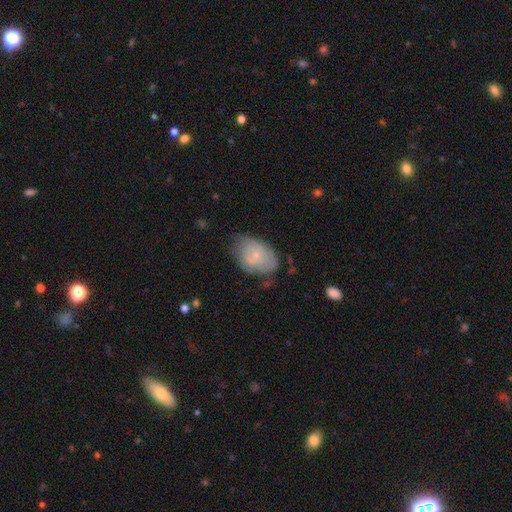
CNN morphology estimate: The model was most divided on "merging": none: 48%, minor disturbance: 34%, major disturbance: 13%, merger: 5%. More confident: how rounded — in between (83%); smooth or featured — smooth (53%).